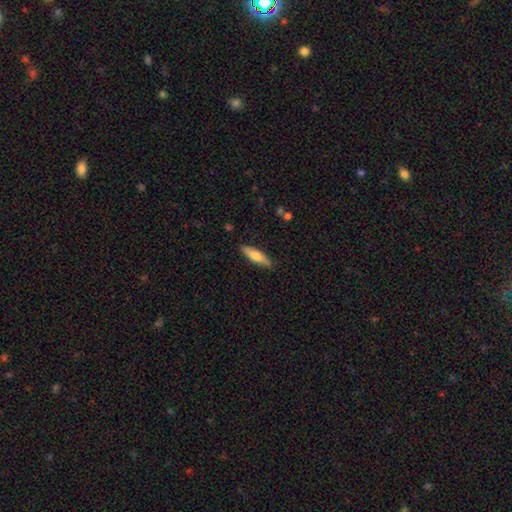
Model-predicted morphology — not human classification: Smooth or featured?
  - smooth: 70% *
  - featured or disk: 25%
  - star or artifact: 6%
How rounded?
  - cigar-shaped: 64% *
  - in between: 35%
  - round: 2%
Merging?
  - none: 87% *
  - minor disturbance: 10%
  - major disturbance: 2%
  - merger: 1%